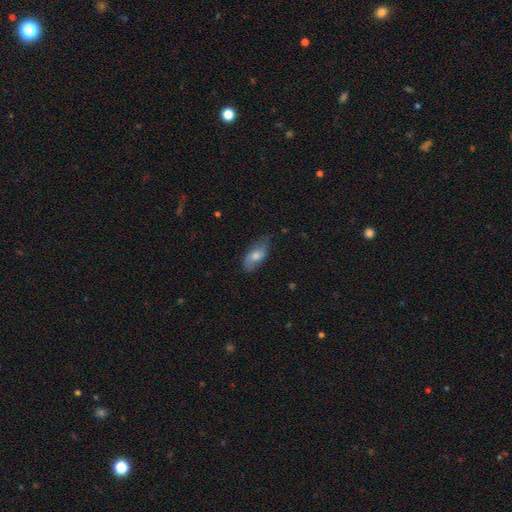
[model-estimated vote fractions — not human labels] smooth-or-featured: smooth: 60% | featured or disk: 33% | star or artifact: 7%
  how-rounded: in between: 87% | cigar-shaped: 9% | round: 4%
  merging: none: 62% | minor disturbance: 30% | major disturbance: 7% | merger: 2%